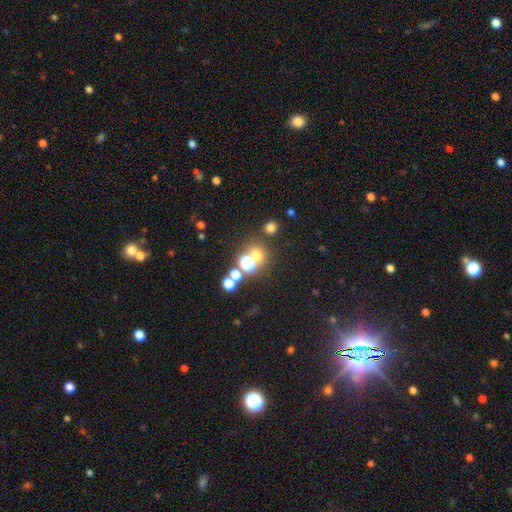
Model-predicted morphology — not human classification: The model was most divided on "smooth or featured": smooth: 55%, star or artifact: 35%, featured or disk: 9%. More confident: how rounded — round (84%); merging — none (66%).